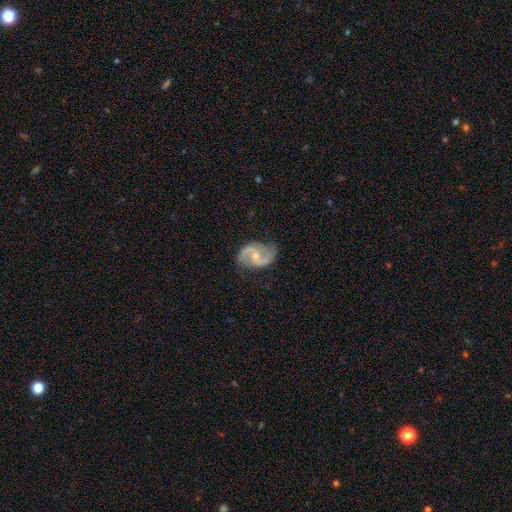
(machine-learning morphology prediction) The model was most divided on "spiral winding": medium: 45%, loose: 43%, tight: 12%. Remaining: edge-on disk — no (98%); spiral arms — yes (96%); spiral arm count — 2 (93%); smooth or featured — featured or disk (87%); merging — none (77%); bulge size — moderate (50%); bar — weak (49%).